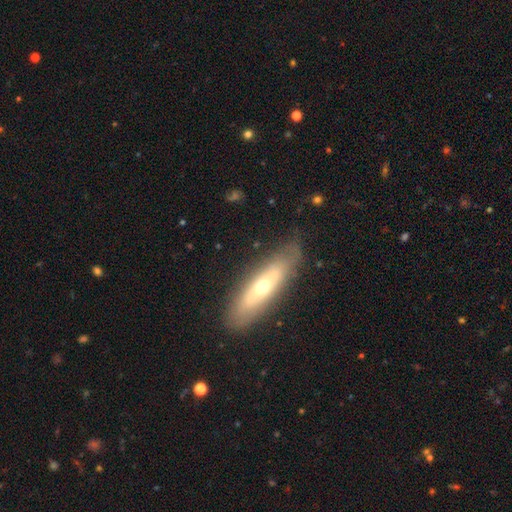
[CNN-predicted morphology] A featured or disk galaxy (52%) viewed edge-on (55%).

Vote fractions:
- Smooth or featured? featured or disk: 52% / smooth: 38% / star or artifact: 11%
- Edge-on disk? yes: 55% / no: 45%
- Merging? none: 82% / minor disturbance: 13% / major disturbance: 4% / merger: 1%